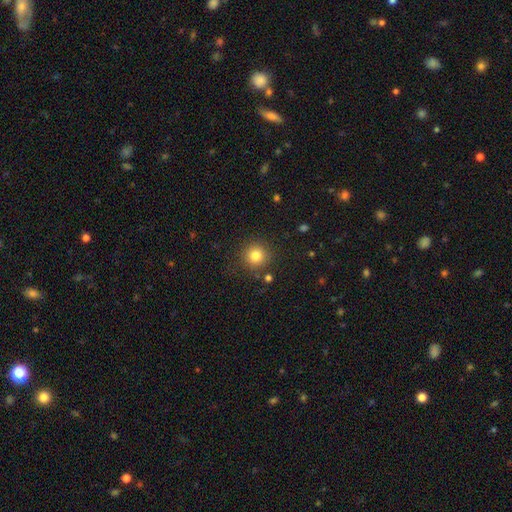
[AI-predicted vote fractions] smooth 81%, star or artifact 12%, featured or disk 6%. Down the decision tree: how rounded — round (94%); merging — none (86%).